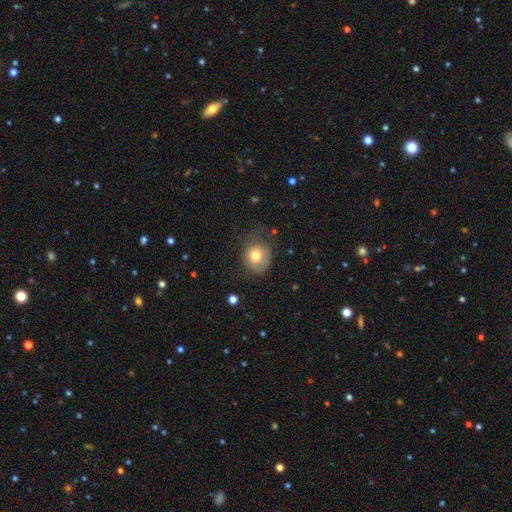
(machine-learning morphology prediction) Q: Smooth or featured?
A: smooth (76%); runner-up: featured or disk (15%)
Q: How rounded?
A: round (76%); runner-up: in between (23%)
Q: Merging?
A: none (56%); runner-up: minor disturbance (27%)